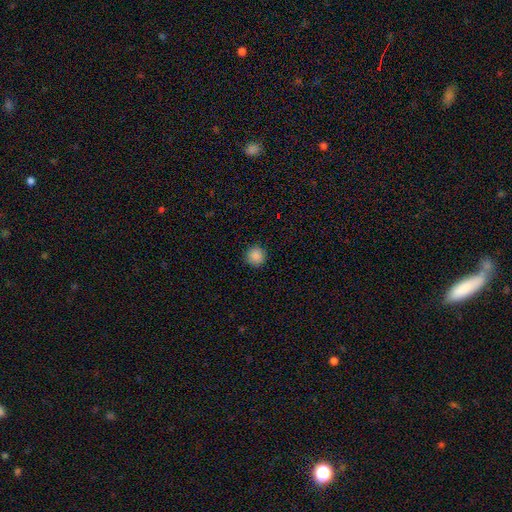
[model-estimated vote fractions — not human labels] Overall: smooth (88%). How rounded: round (95%). Merging: none (92%).